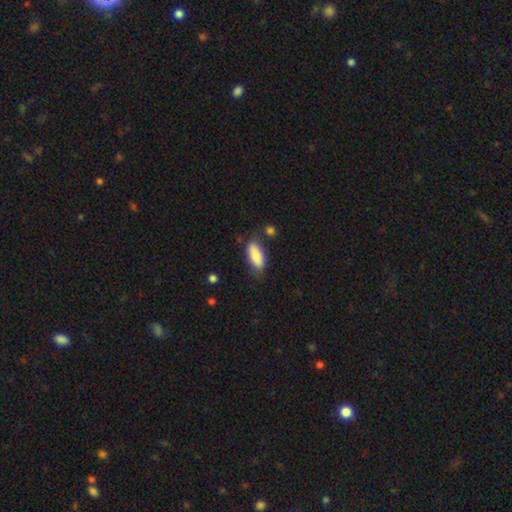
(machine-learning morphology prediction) Overall: smooth (83%). How rounded: in between (80%). Merging: none (70%).